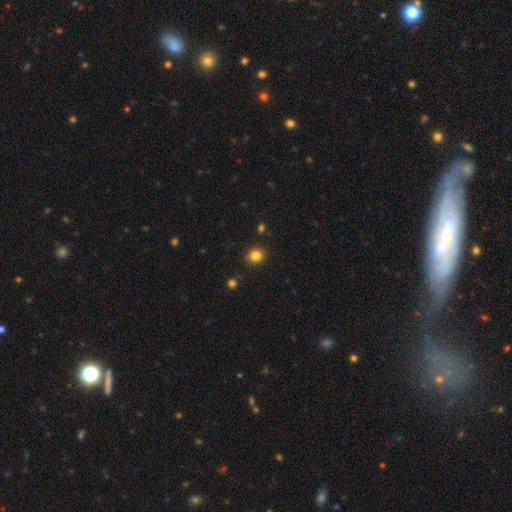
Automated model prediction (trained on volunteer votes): Morphology: type=smooth (84%); roundness=round (81%); merging=none (90%).